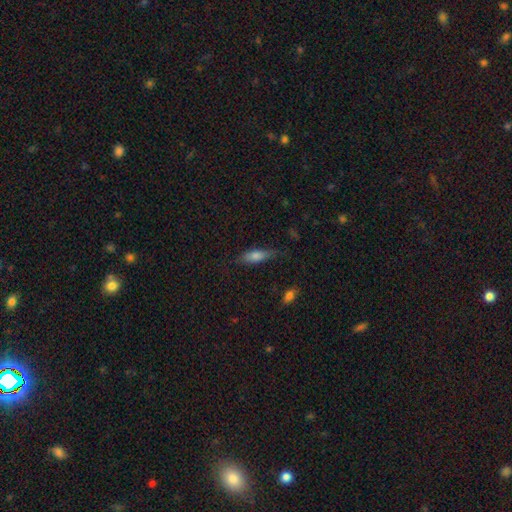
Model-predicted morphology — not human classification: smooth_or_featured: smooth (p=0.73) [alt: featured or disk p=0.19]
how_rounded: in between (p=0.54) [alt: cigar-shaped p=0.44]
merging: none (p=0.68) [alt: minor disturbance p=0.24]